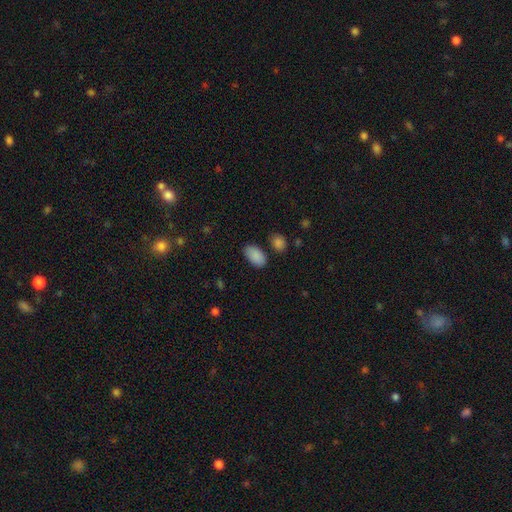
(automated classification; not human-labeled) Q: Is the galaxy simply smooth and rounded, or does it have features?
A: smooth — 89%.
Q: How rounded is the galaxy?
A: in between — 94%.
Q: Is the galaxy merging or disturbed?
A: none — 80%.